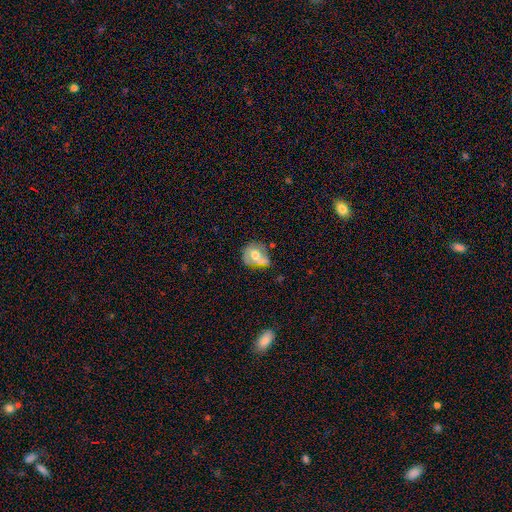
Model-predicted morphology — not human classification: Smooth or featured?
  - smooth: 54% *
  - featured or disk: 37%
  - star or artifact: 8%
How rounded?
  - round: 68% *
  - in between: 31%
  - cigar-shaped: 1%
Merging?
  - none: 34% *
  - merger: 28%
  - minor disturbance: 24%
  - major disturbance: 14%